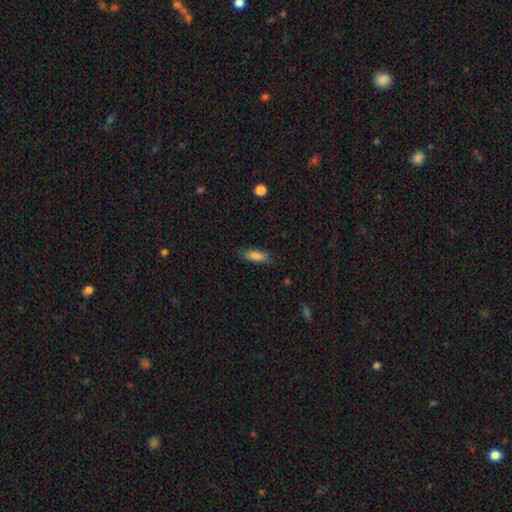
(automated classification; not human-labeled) Morphology: type=smooth (84%); roundness=in between (61%); merging=none (83%).